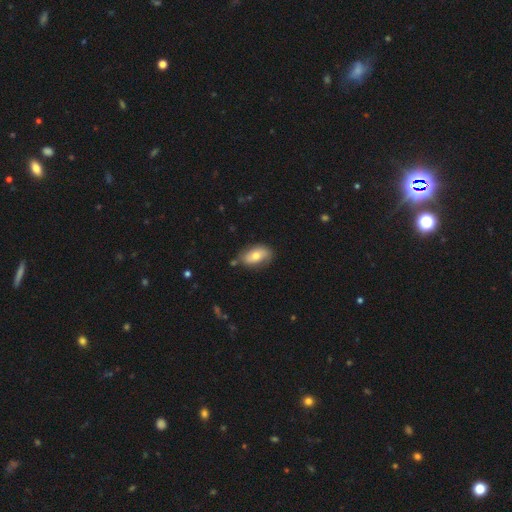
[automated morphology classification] Overall: smooth (65%; featured or disk 28%). How rounded: in between (90%). Merging: none (71%).